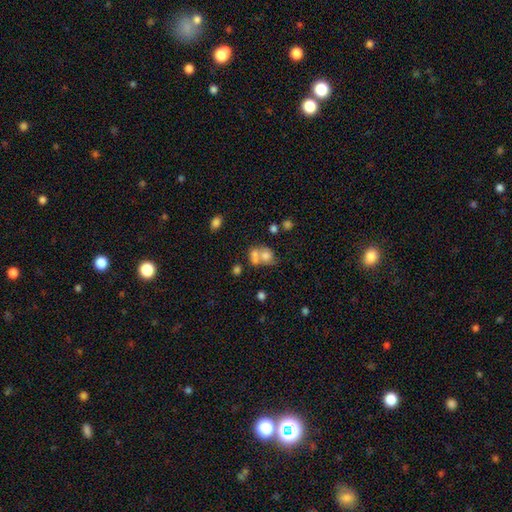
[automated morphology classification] Smooth or featured?
  - smooth: 67% *
  - featured or disk: 21%
  - star or artifact: 12%
How rounded?
  - round: 57% *
  - in between: 42%
  - cigar-shaped: 1%
Merging?
  - merger: 61% *
  - none: 24%
  - minor disturbance: 8%
  - major disturbance: 6%